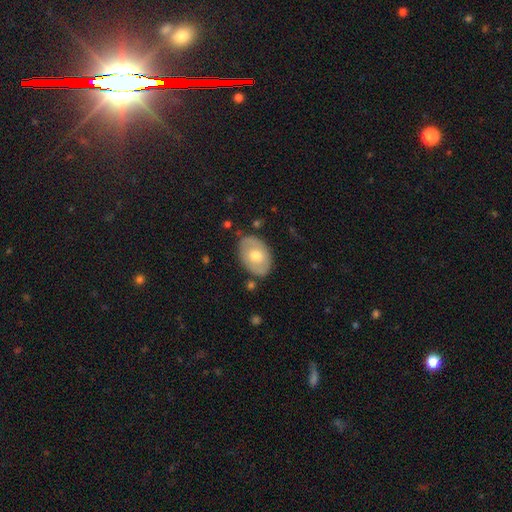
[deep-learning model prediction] Q: Smooth or featured?
A: smooth (57%); runner-up: featured or disk (37%)
Q: How rounded?
A: in between (80%); runner-up: round (19%)
Q: Merging?
A: none (79%); runner-up: minor disturbance (15%)